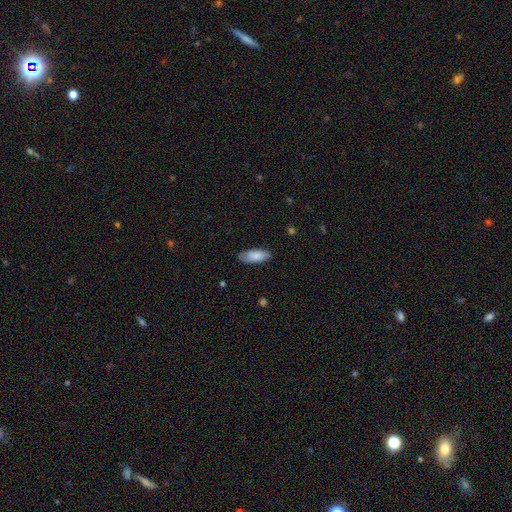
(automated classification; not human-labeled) smooth-or-featured: smooth: 84% | featured or disk: 10% | star or artifact: 6%
  how-rounded: in between: 81% | cigar-shaped: 17% | round: 2%
  merging: none: 81% | minor disturbance: 15% | major disturbance: 3% | merger: 1%